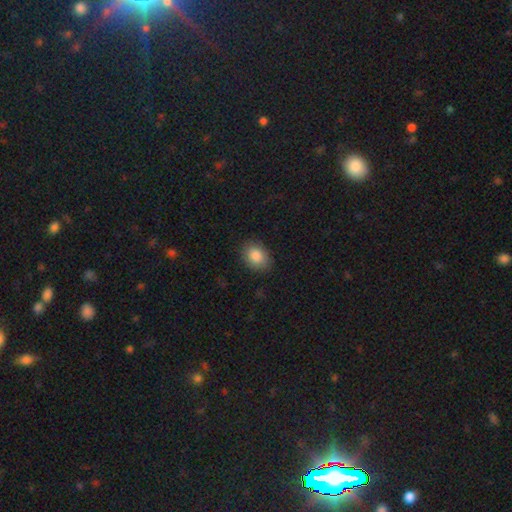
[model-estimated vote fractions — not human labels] A smooth galaxy with no disk features (87%) that is in between round and cigar-shaped (67%).

Vote fractions:
- Smooth or featured? smooth: 87% / star or artifact: 8% / featured or disk: 6%
- How rounded? in between: 67% / round: 32% / cigar-shaped: 1%
- Merging? none: 84% / minor disturbance: 12% / major disturbance: 3% / merger: 1%